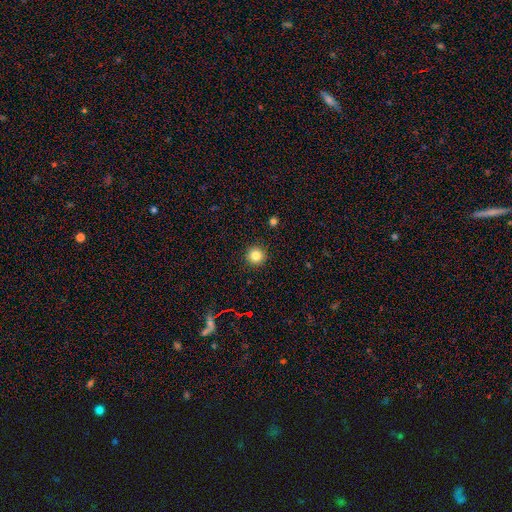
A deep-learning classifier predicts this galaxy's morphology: Smooth or featured? Predicted: smooth (p=0.83). How rounded? Predicted: round (p=0.95). Merging? Predicted: none (p=0.93).